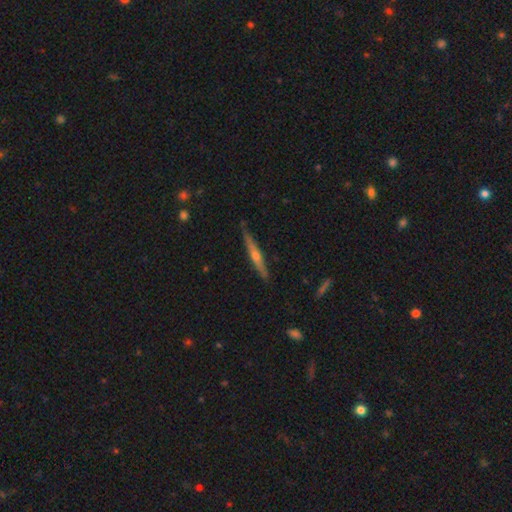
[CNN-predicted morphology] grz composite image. It shows a featured or disk galaxy (68%) viewed edge-on (97%) with a rounded central bulge (82%). Merging: none (87%).